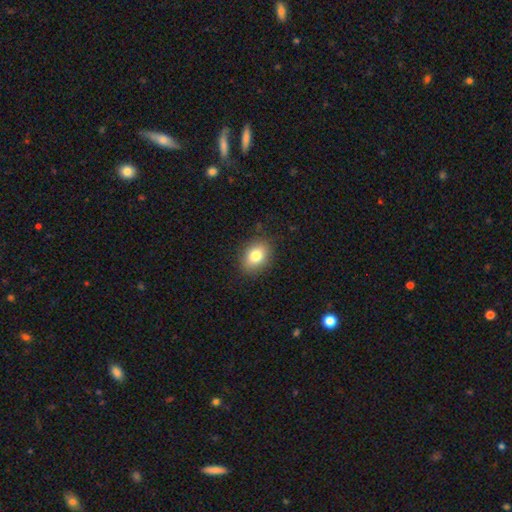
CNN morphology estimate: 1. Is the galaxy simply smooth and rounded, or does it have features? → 81% smooth, 10% featured or disk, 9% star or artifact.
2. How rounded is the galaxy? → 70% in between, 29% round, 1% cigar-shaped.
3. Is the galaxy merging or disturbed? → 86% none, 10% minor disturbance, 3% major disturbance, 1% merger.